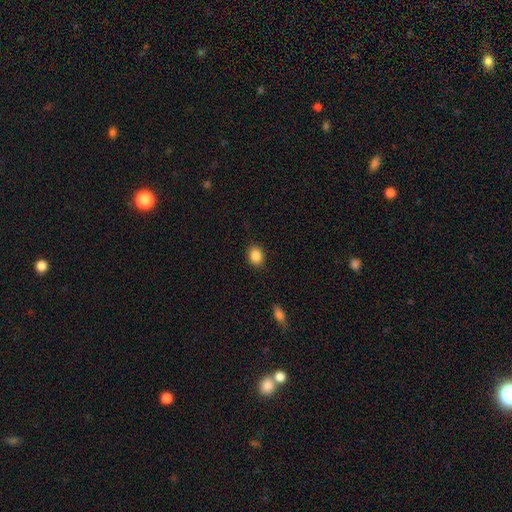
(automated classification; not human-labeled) This appears to be a smooth galaxy with no disk features (87%) that is in between round and cigar-shaped (57%). Merging: none (89%).